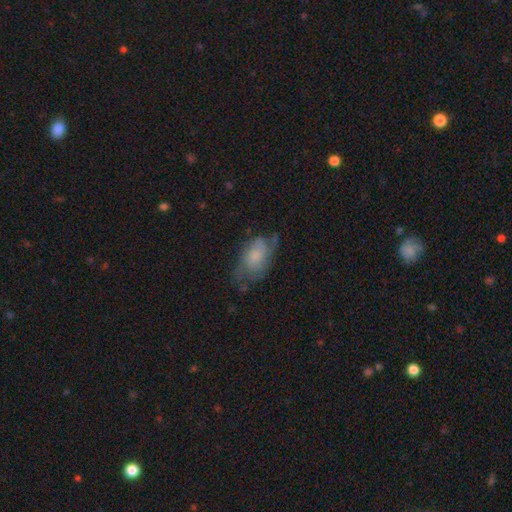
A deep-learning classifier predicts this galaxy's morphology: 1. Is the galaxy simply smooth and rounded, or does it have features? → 49% smooth, 43% featured or disk, 8% star or artifact.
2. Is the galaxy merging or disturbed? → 48% none, 31% minor disturbance, 20% major disturbance, 2% merger.